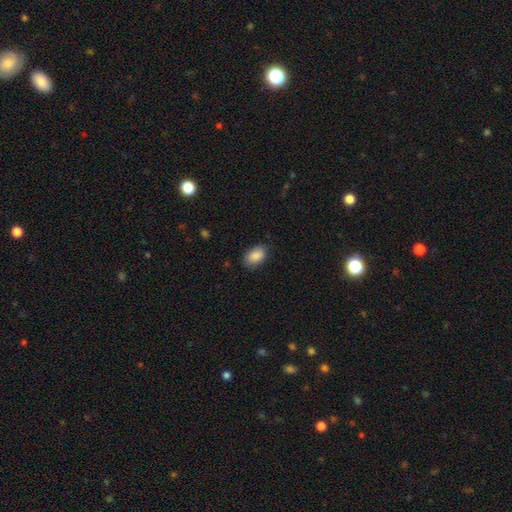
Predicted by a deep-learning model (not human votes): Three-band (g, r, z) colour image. It shows a smooth galaxy with no disk features (88%) that is in between round and cigar-shaped (91%). Merging: none (82%).